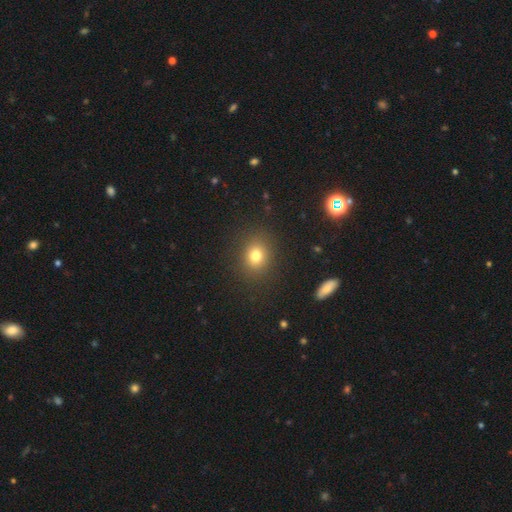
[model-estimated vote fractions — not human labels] A smooth galaxy with no disk features (78%) that is round (66%). Merging: none (88%).